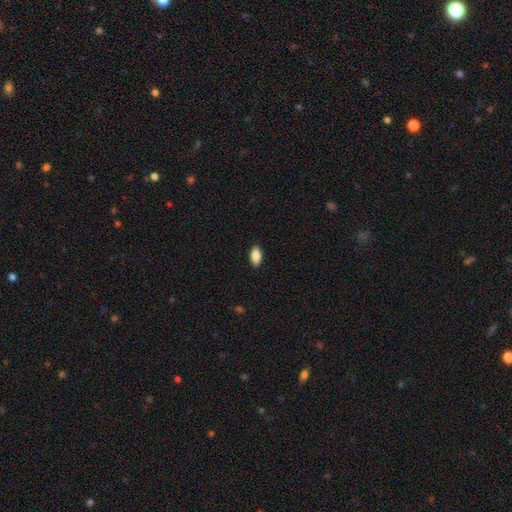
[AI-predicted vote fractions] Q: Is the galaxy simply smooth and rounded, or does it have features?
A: smooth — 86%.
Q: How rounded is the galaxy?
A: in between — 91%.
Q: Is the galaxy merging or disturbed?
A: none — 90%.